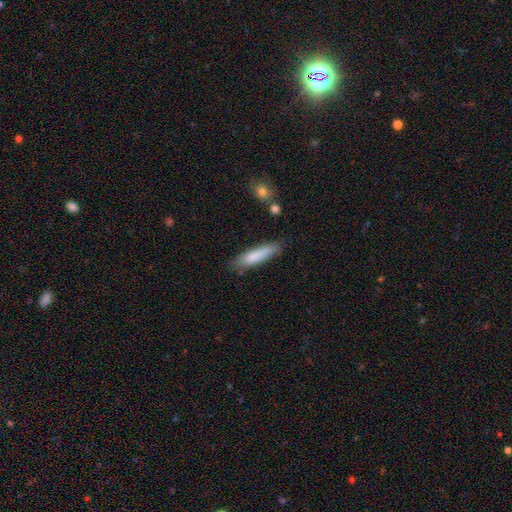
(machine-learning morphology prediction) smooth-or-featured: smooth: 80% | featured or disk: 14% | star or artifact: 6%
  how-rounded: cigar-shaped: 79% | in between: 20% | round: 1%
  merging: none: 76% | minor disturbance: 17% | major disturbance: 3% | merger: 3%